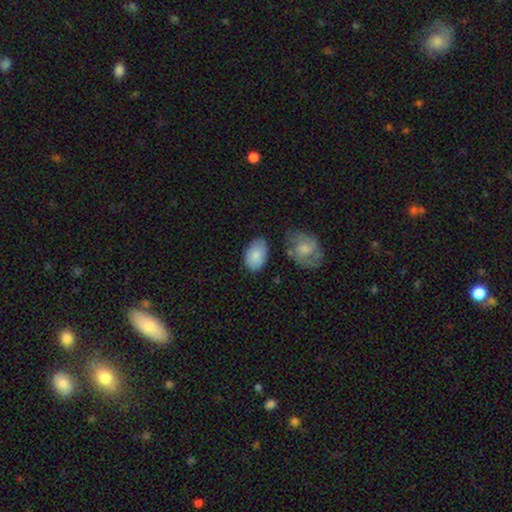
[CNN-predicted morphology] The model was most divided on "merging": none: 71%, minor disturbance: 18%, merger: 6%, major disturbance: 5%. More confident: how rounded — in between (90%); smooth or featured — smooth (84%).